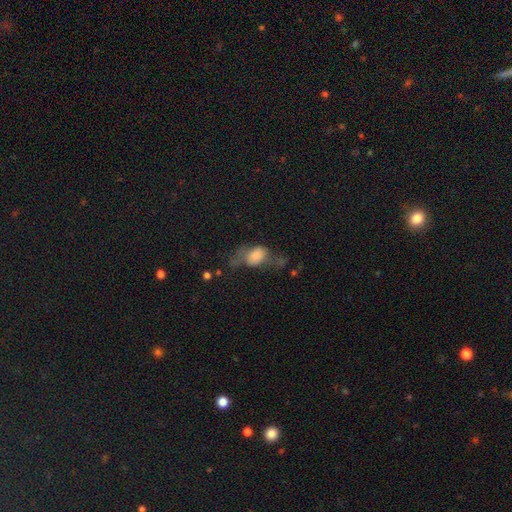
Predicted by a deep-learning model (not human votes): Overall: smooth (68%). How rounded: in between (79%). Merging: major disturbance (39%; none 27%).